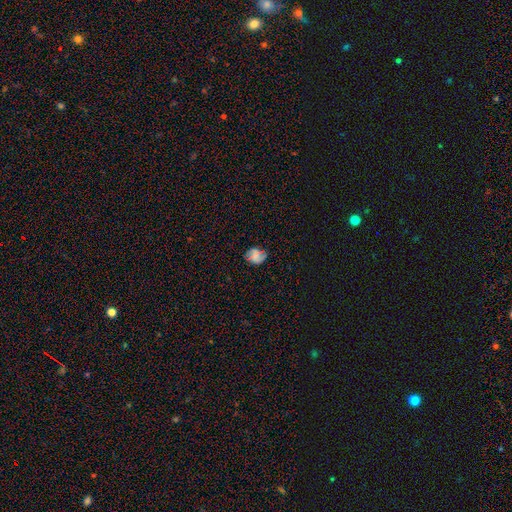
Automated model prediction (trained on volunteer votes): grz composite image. It shows a smooth galaxy with no disk features (44%). Merging: none (76%).